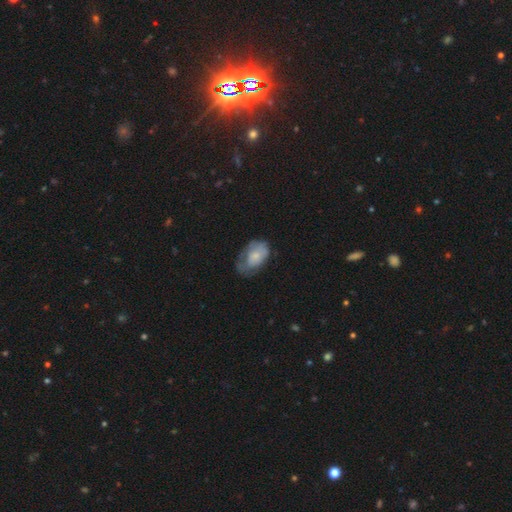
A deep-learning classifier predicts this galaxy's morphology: Smooth or featured: smooth — 60% (featured or disk — 32%)
How rounded: in between — 86% (round — 12%)
Merging: none — 39% (minor disturbance — 34%)